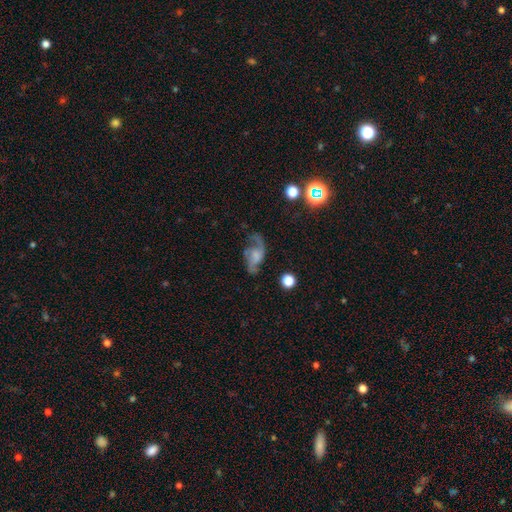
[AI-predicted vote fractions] The model was most divided on "bulge size": none: 40%, small: 24%, moderate: 22%, large: 12%, dominant: 3%. Remaining: edge-on disk — no (96%); spiral arms — yes (89%); spiral arm count — 2 (79%); smooth or featured — featured or disk (70%); bar — no (62%); spiral winding — loose (58%); merging — none (49%).